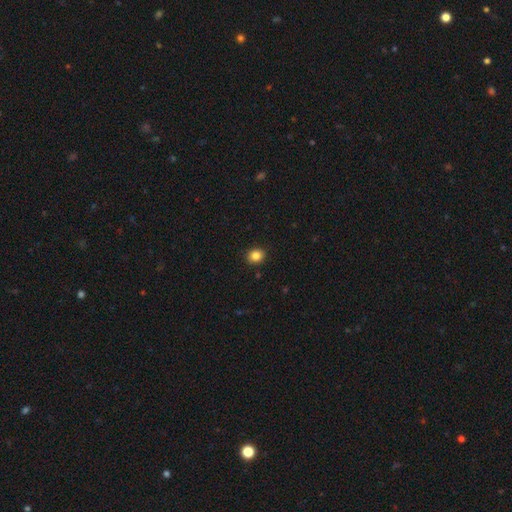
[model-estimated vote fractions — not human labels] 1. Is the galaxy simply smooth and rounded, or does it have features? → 85% smooth, 10% star or artifact, 5% featured or disk.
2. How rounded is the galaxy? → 64% round, 35% in between, 1% cigar-shaped.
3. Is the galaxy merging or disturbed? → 90% none, 7% minor disturbance, 2% major disturbance, 1% merger.